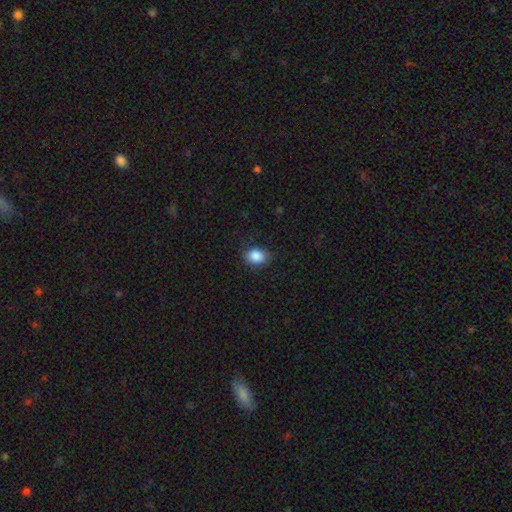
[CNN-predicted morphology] A smooth galaxy with no disk features (87%) that is in between round and cigar-shaped (59%).

Vote fractions:
- Smooth or featured? smooth: 87% / star or artifact: 9% / featured or disk: 4%
- How rounded? in between: 59% / round: 40% / cigar-shaped: 1%
- Merging? none: 81% / minor disturbance: 14% / major disturbance: 3% / merger: 1%